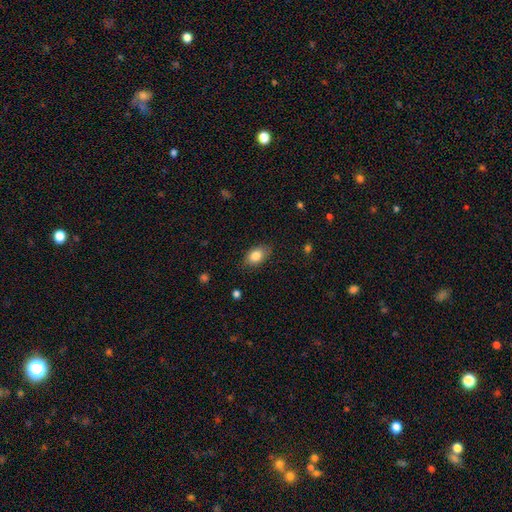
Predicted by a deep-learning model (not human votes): smooth_or_featured: smooth (p=0.84) [alt: featured or disk p=0.09]
how_rounded: in between (p=0.88) [alt: round p=0.10]
merging: none (p=0.82) [alt: minor disturbance p=0.14]